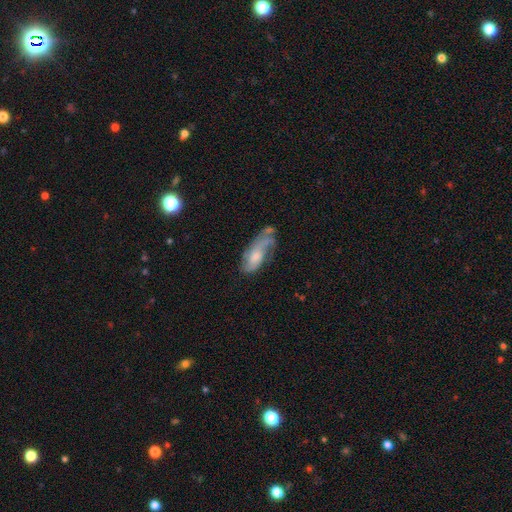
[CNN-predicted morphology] type=featured or disk (50%); edge-on=no (87%); merging=none (36%).